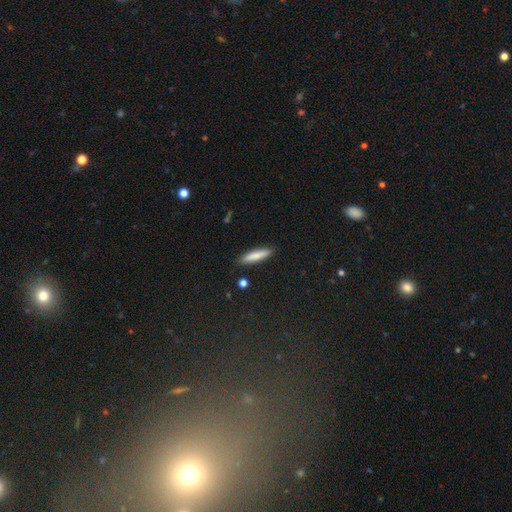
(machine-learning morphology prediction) Overall: smooth (79%). How rounded: cigar-shaped (84%). Merging: none (89%).